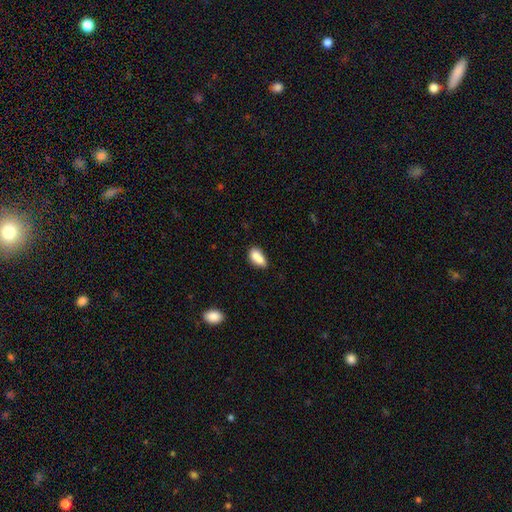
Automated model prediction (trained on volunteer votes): A smooth galaxy with no disk features (76%) that is in between round and cigar-shaped (84%). Merging: merger (44%).